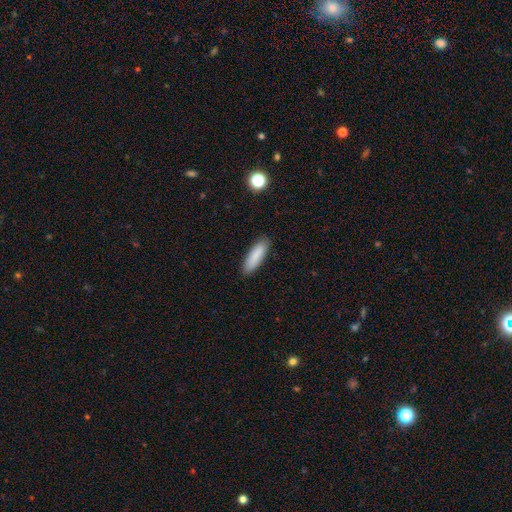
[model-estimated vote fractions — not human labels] Smooth or featured? smooth (87%)
How rounded? cigar-shaped (57%)
Merging? none (88%)